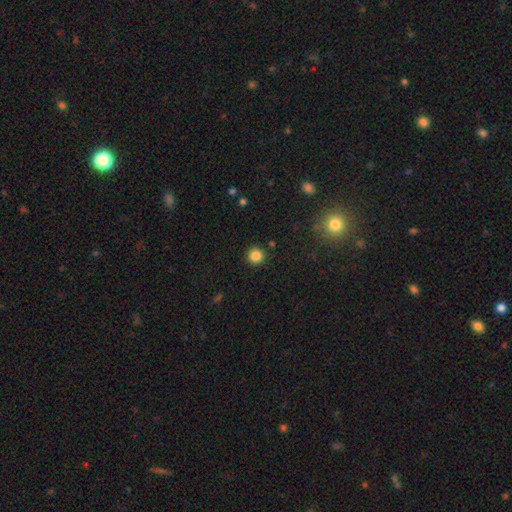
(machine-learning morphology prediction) This is clearly a smooth galaxy (85%). How rounded: clearly round (95%). Merging: clearly none (91%).